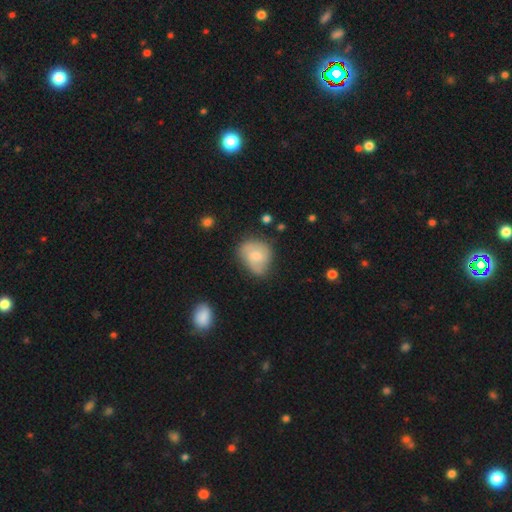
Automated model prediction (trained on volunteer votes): Morphology: type=smooth (52%); roundness=in between (51%); merging=none (53%).